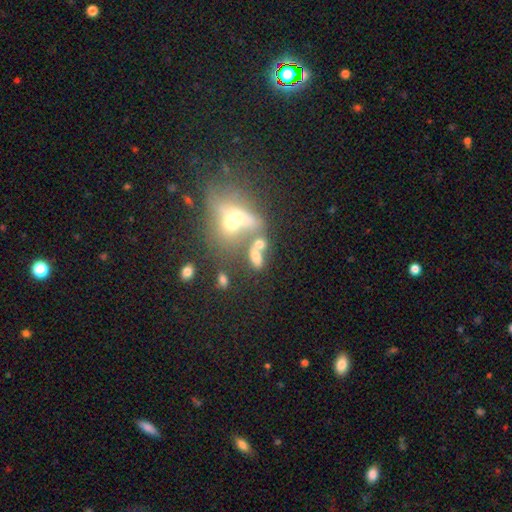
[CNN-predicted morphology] smooth 62%, featured or disk 20%, star or artifact 18%. Down the decision tree: how rounded — in between (75%); merging — merger (44%).